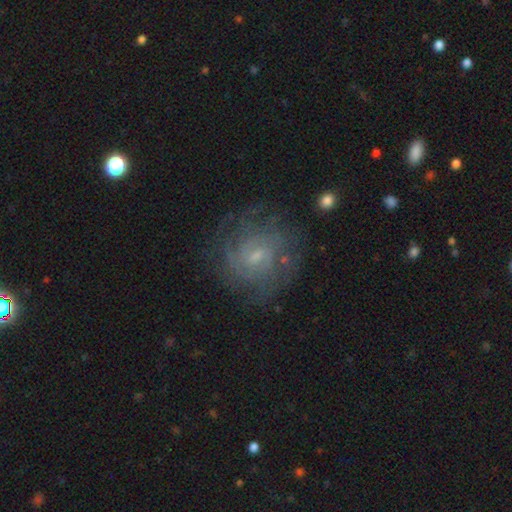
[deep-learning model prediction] smooth_or_featured: featured or disk (p=0.74) [alt: smooth p=0.17]
disk_edge_on: no (p=0.97) [alt: yes p=0.03]
bar: weak (p=0.56) [alt: no p=0.36]
has_spiral_arms: yes (p=0.89) [alt: no p=0.11]
spiral_winding: tight (p=0.61) [alt: medium p=0.30]
spiral_arm_count: can't tell (p=0.49) [alt: 2 p=0.19]
bulge_size: small (p=0.64) [alt: moderate p=0.26]
merging: none (p=0.74) [alt: minor disturbance p=0.15]